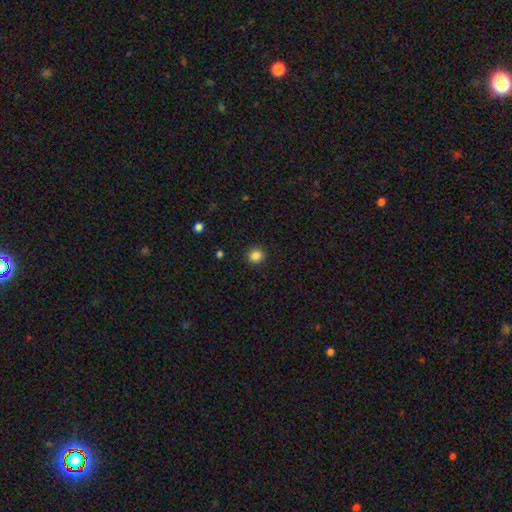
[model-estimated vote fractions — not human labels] smooth-or-featured: smooth: 86% | star or artifact: 11% | featured or disk: 3%
  how-rounded: round: 88% | in between: 11% | cigar-shaped: 1%
  merging: none: 92% | minor disturbance: 5% | major disturbance: 2% | merger: 1%